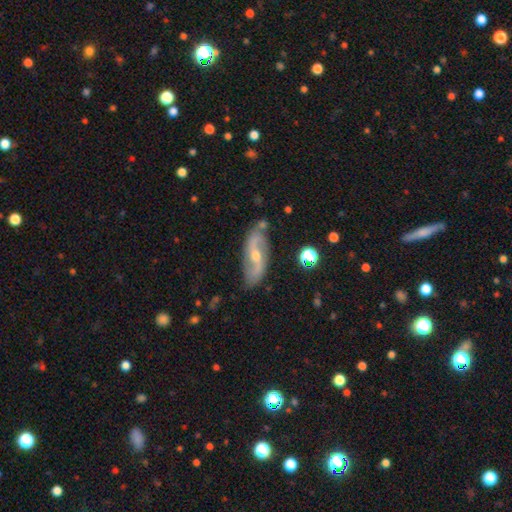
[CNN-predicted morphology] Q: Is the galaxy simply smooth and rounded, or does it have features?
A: featured or disk — 81%.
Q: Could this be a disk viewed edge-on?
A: no — 89%.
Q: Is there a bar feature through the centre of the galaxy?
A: weak — 40%, tied with no.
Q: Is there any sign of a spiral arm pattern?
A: yes — 92%.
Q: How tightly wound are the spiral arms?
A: loose — 57%.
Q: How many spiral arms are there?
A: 2 — 91%.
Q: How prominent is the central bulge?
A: moderate — 49%.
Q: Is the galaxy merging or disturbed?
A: none — 79%.